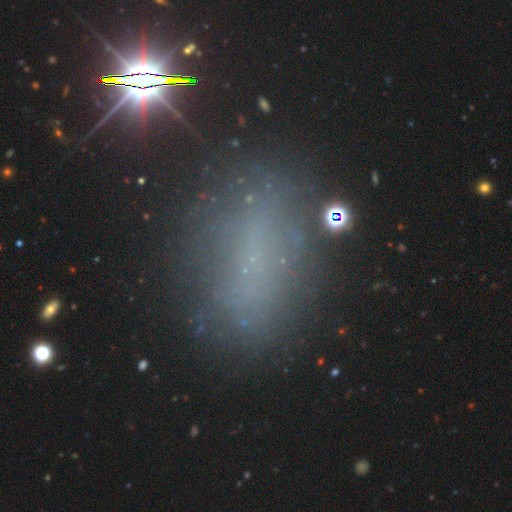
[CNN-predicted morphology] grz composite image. It shows a smooth galaxy with no disk features (51%) that is in between round and cigar-shaped (77%). Merging: none (71%).